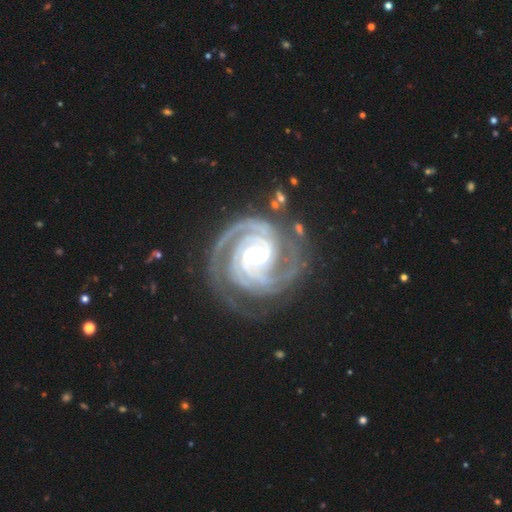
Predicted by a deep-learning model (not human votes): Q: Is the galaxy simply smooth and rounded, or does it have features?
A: featured or disk — 93%.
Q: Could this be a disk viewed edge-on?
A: no — 98%.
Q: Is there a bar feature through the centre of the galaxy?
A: weak — 42%.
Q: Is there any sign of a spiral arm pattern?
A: yes — 99%.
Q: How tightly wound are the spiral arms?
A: tight — 75%.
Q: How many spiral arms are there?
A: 3 — 34%.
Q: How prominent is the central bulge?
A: moderate — 55%.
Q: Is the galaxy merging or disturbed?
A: none — 73%.